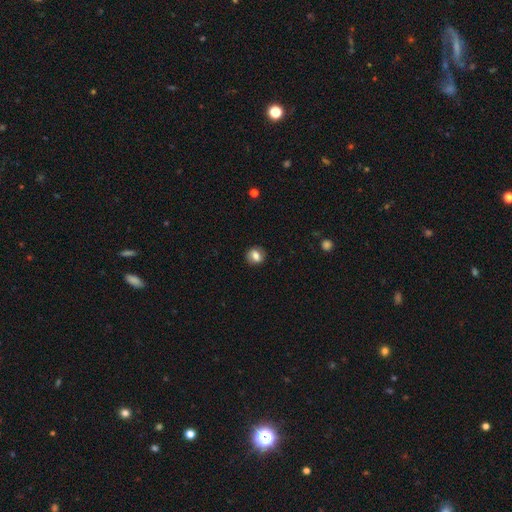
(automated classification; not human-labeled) Smooth or featured?
  - smooth: 70% *
  - featured or disk: 20%
  - star or artifact: 10%
How rounded?
  - round: 65% *
  - in between: 34%
  - cigar-shaped: 1%
Merging?
  - none: 84% *
  - minor disturbance: 11%
  - major disturbance: 3%
  - merger: 1%